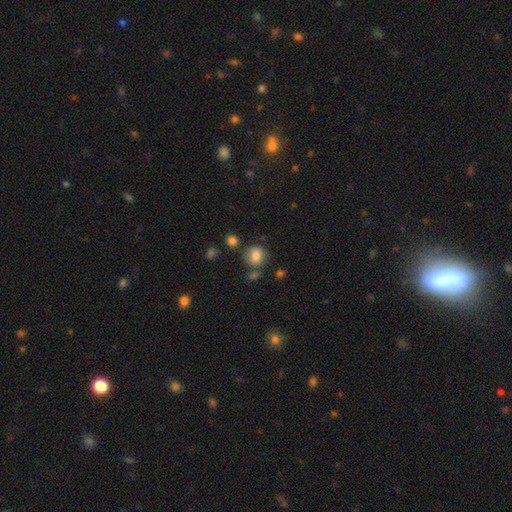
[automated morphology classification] smooth 81%, star or artifact 10%, featured or disk 9%. Down the decision tree: how rounded — round (76%); merging — none (70%).